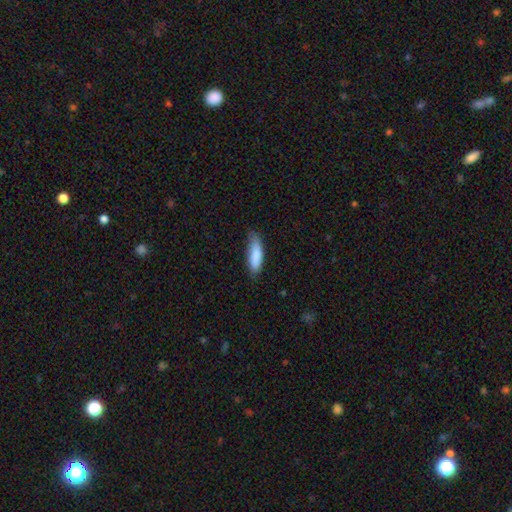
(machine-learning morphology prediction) The model was most divided on "how rounded": in between: 54%, cigar-shaped: 44%, round: 1%. More confident: smooth or featured — smooth (85%); merging — none (63%).